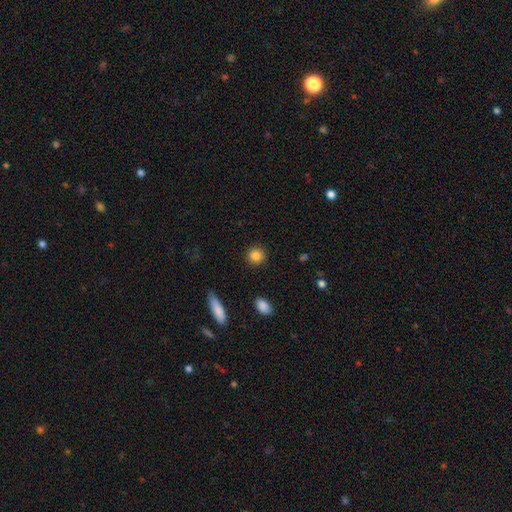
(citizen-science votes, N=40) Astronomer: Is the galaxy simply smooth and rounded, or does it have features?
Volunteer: smooth — 82%.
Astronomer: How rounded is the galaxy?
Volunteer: round — 100%.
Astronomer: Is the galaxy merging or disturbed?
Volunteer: none — 97%.